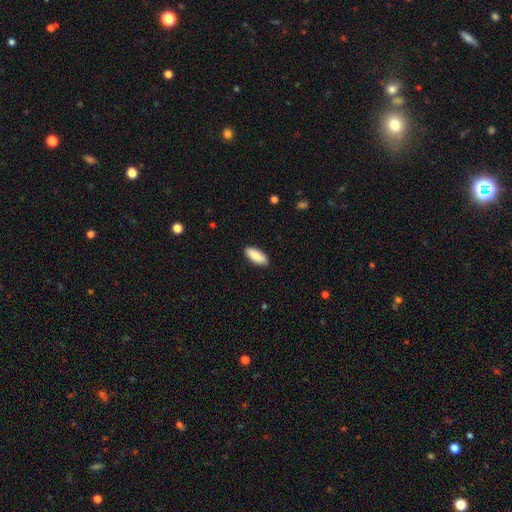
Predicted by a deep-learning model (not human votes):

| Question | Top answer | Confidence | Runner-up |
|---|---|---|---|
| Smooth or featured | smooth | 87% | featured or disk (7%) |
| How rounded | in between | 77% | cigar-shaped (21%) |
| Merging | none | 90% | minor disturbance (8%) |